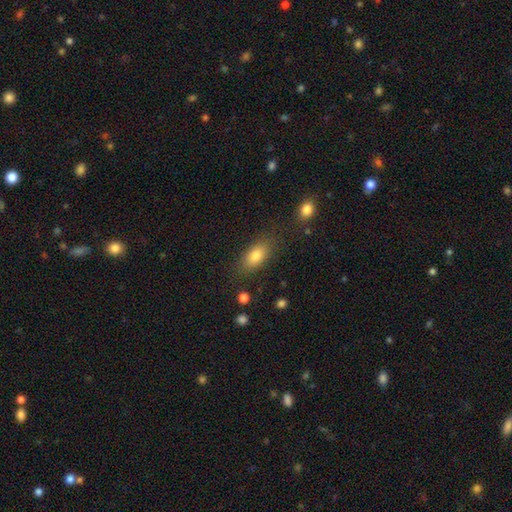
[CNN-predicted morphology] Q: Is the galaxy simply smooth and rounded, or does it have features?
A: smooth — 80%.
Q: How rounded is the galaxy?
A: in between — 84%.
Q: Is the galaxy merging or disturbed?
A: none — 80%.